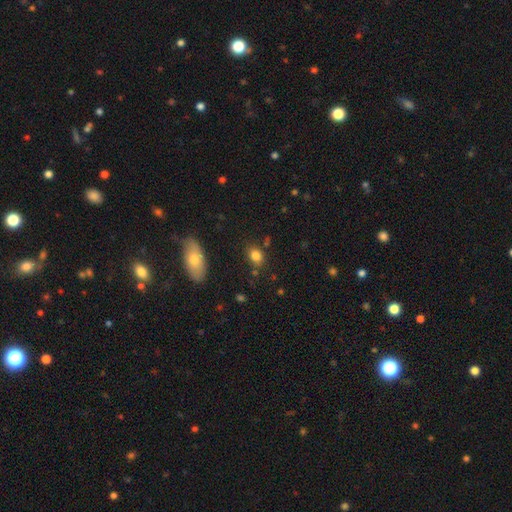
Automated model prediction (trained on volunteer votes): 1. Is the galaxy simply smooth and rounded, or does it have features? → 81% smooth, 11% star or artifact, 8% featured or disk.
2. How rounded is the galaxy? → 60% in between, 38% round, 2% cigar-shaped.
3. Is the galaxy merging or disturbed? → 78% none, 13% minor disturbance, 5% merger, 3% major disturbance.